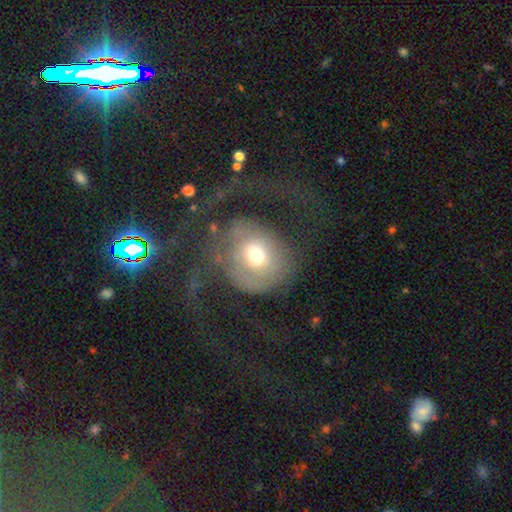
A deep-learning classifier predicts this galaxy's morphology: Q: Smooth or featured?
A: smooth (49%); runner-up: featured or disk (40%)
Q: Merging?
A: major disturbance (54%); runner-up: none (29%)